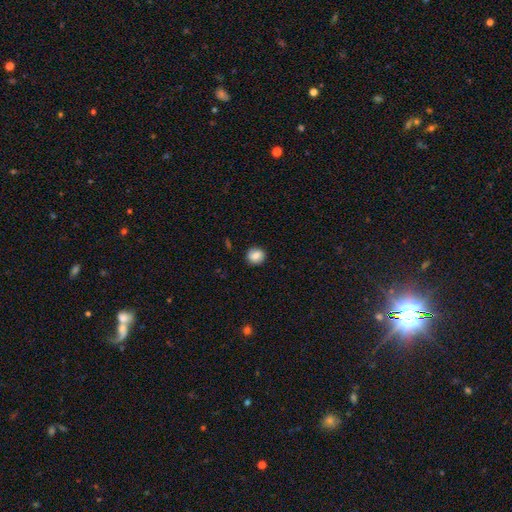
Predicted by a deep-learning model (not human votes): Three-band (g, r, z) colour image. It shows a smooth galaxy with no disk features (84%) that is round (81%). Merging: none (87%).